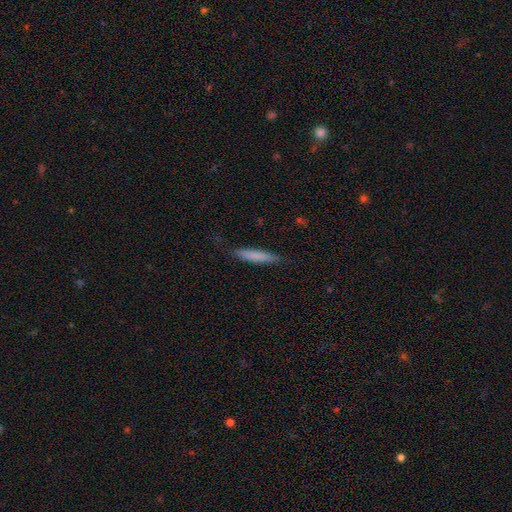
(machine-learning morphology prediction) Smooth or featured?
  - smooth: 80% *
  - featured or disk: 14%
  - star or artifact: 6%
How rounded?
  - cigar-shaped: 89% *
  - in between: 9%
  - round: 1%
Merging?
  - none: 85% *
  - minor disturbance: 12%
  - major disturbance: 2%
  - merger: 1%